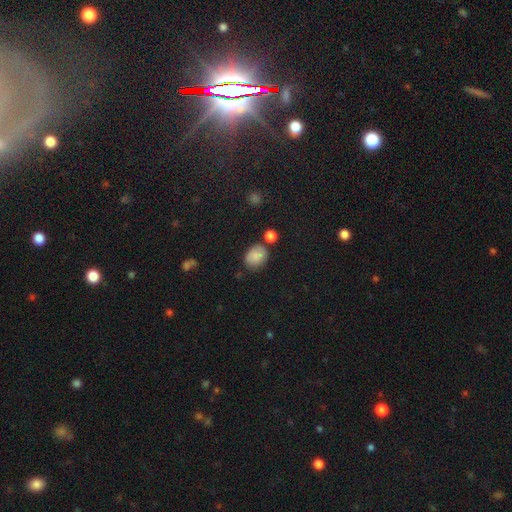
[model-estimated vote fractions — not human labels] smooth 81%, star or artifact 10%, featured or disk 9%. Down the decision tree: how rounded — in between (61%); merging — none (67%).